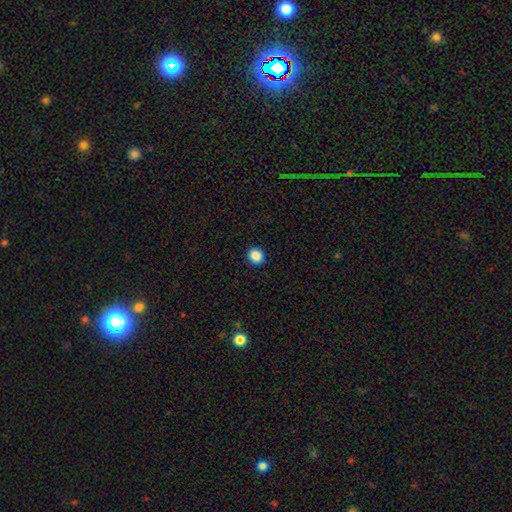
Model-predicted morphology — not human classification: Q: Smooth or featured?
A: smooth (88%); runner-up: star or artifact (10%)
Q: How rounded?
A: round (85%); runner-up: in between (14%)
Q: Merging?
A: none (92%); runner-up: minor disturbance (5%)